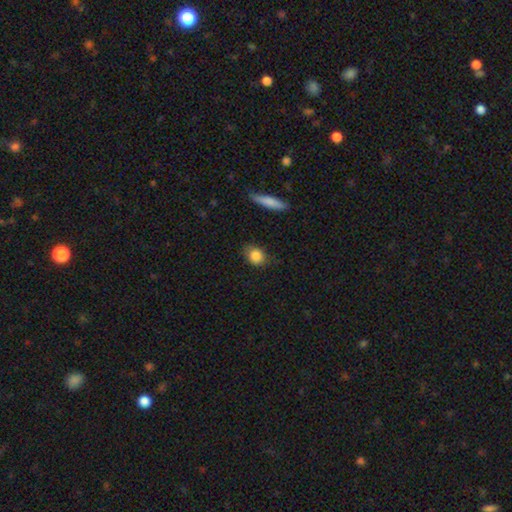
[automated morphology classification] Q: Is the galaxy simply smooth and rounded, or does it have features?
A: smooth — 86%.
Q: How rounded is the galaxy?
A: round — 56%.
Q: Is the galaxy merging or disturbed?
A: none — 74%.